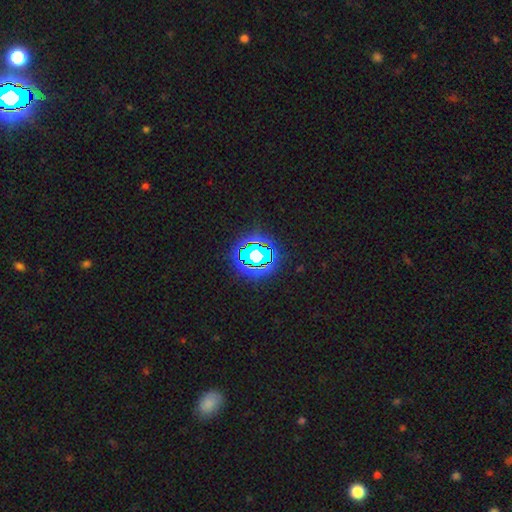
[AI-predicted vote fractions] A star or artifact, not a galaxy (63%).